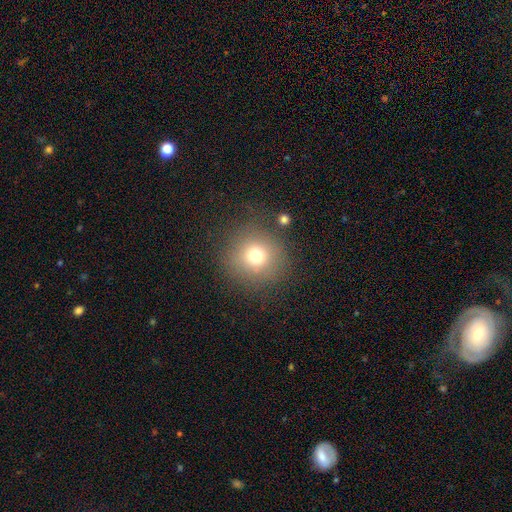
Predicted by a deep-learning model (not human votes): Smooth or featured? Predicted: smooth (p=0.72). How rounded? Predicted: round (p=0.93). Merging? Predicted: none (p=0.81).